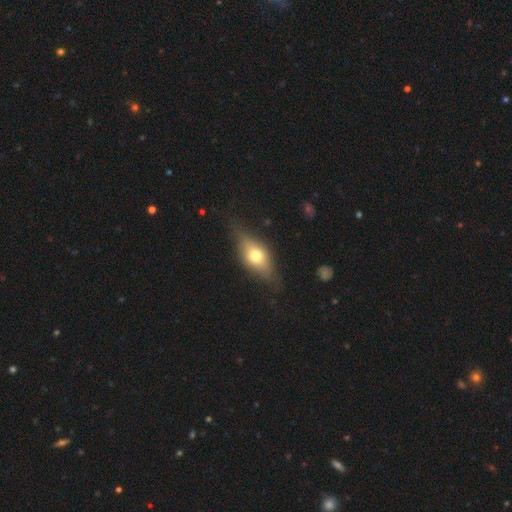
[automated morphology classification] type=smooth (57%); roundness=in between (74%); merging=none (73%).